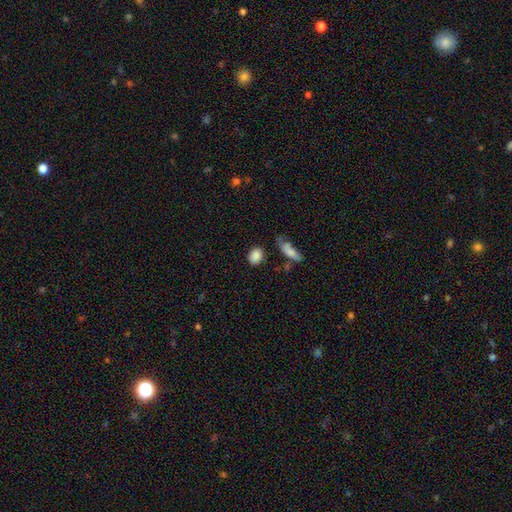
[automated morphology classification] Smooth or featured?
  - smooth: 87% *
  - star or artifact: 8%
  - featured or disk: 5%
How rounded?
  - in between: 62% *
  - round: 35%
  - cigar-shaped: 3%
Merging?
  - none: 78% *
  - minor disturbance: 14%
  - merger: 5%
  - major disturbance: 4%